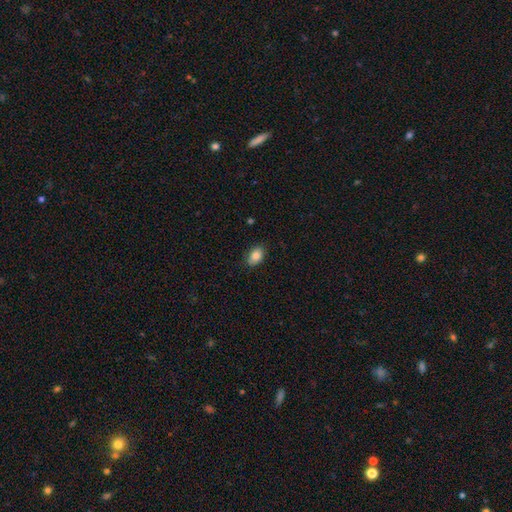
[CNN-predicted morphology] A smooth galaxy with no disk features (85%) that is in between round and cigar-shaped (85%).

Vote fractions:
- Smooth or featured? smooth: 85% / star or artifact: 8% / featured or disk: 7%
- How rounded? in between: 85% / round: 13% / cigar-shaped: 1%
- Merging? none: 83% / minor disturbance: 14% / major disturbance: 3% / merger: 1%